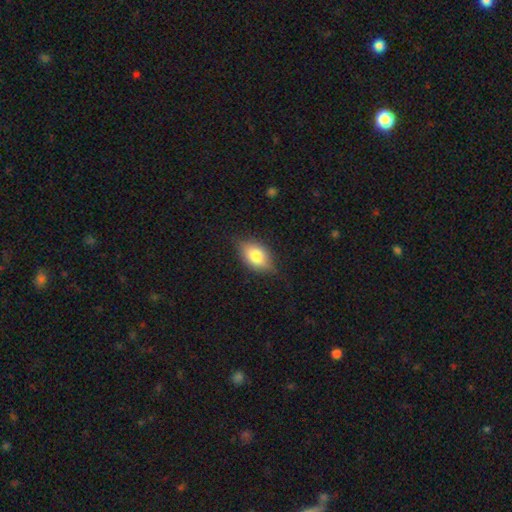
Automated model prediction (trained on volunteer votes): Smooth or featured? Predicted: smooth (p=0.72). How rounded? Predicted: in between (p=0.84). Merging? Predicted: none (p=0.73).